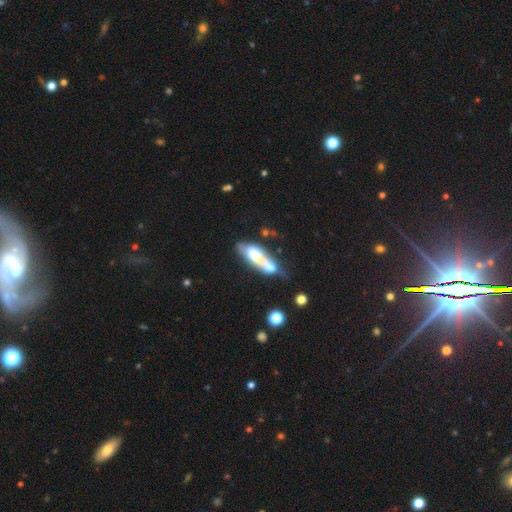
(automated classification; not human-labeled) smooth-or-featured: smooth: 52% | featured or disk: 40% | star or artifact: 8%
  how-rounded: cigar-shaped: 50% | in between: 47% | round: 3%
  merging: merger: 44% | none: 21% | major disturbance: 17% | minor disturbance: 17%